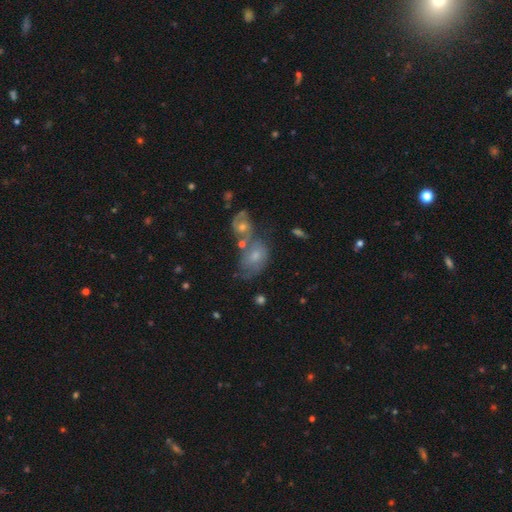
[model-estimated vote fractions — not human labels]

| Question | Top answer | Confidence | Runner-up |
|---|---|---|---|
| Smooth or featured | smooth | 48% | featured or disk (42%) |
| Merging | merger | 45% | none (25%) |